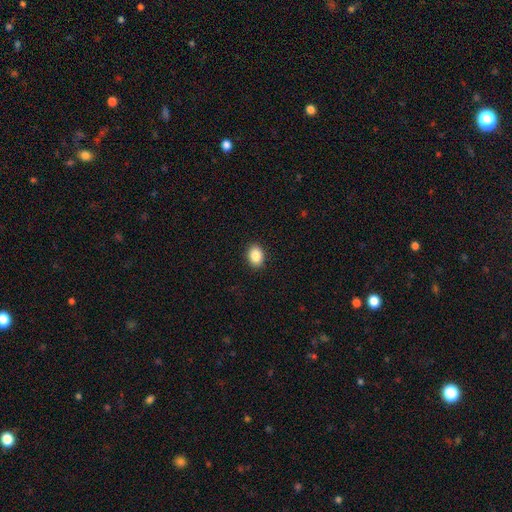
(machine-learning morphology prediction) Smooth or featured? Predicted: smooth (p=0.87). How rounded? Predicted: in between (p=0.69). Merging? Predicted: none (p=0.91).